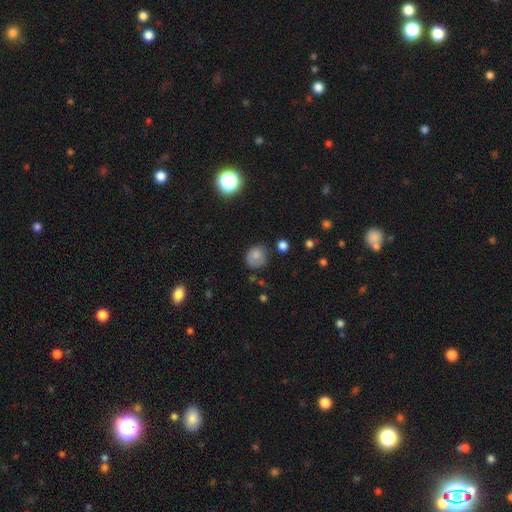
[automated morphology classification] type=smooth (76%); roundness=round (75%); merging=none (58%).